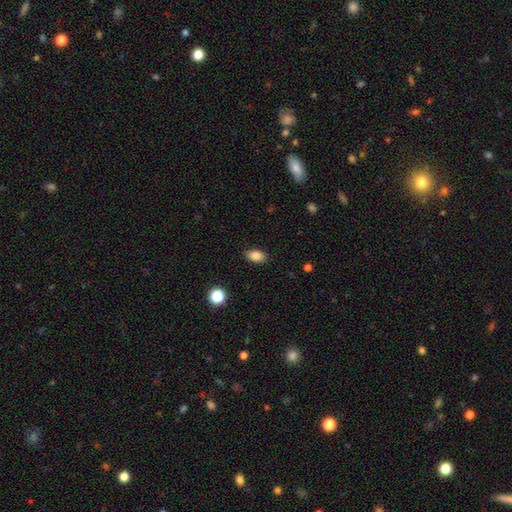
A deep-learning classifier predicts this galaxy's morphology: Q: Smooth or featured?
A: smooth (84%); runner-up: star or artifact (9%)
Q: How rounded?
A: in between (88%); runner-up: round (9%)
Q: Merging?
A: none (88%); runner-up: minor disturbance (9%)